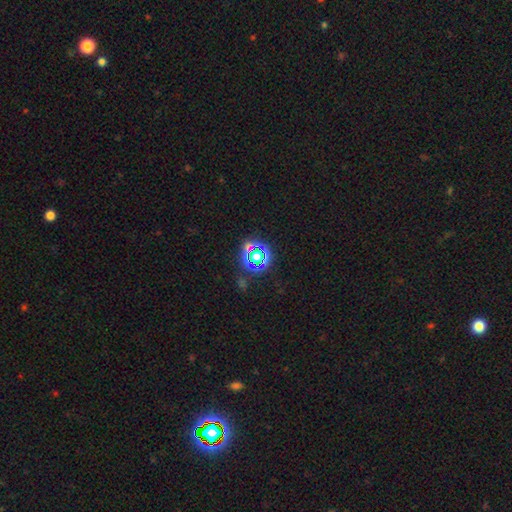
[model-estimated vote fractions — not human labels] Smooth or featured?
  - star or artifact: 59% *
  - smooth: 30%
  - featured or disk: 11%